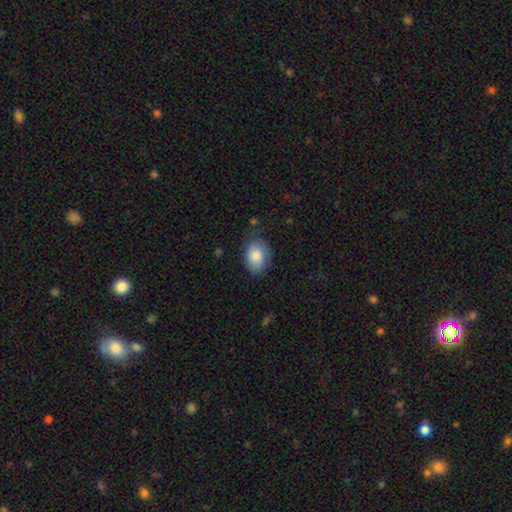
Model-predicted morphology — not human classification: Smooth or featured? smooth (79%)
How rounded? in between (75%)
Merging? none (68%)